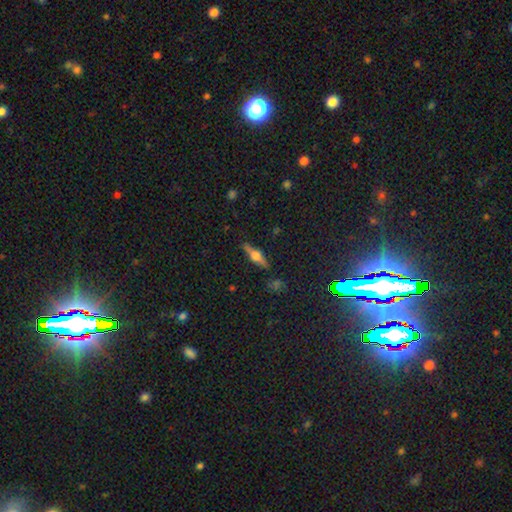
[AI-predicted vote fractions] Smooth or featured? Predicted: featured or disk (p=0.69). Edge-on disk? Predicted: yes (p=0.97). Edge-on bulge? Predicted: rounded (p=0.92). Merging? Predicted: none (p=0.87).